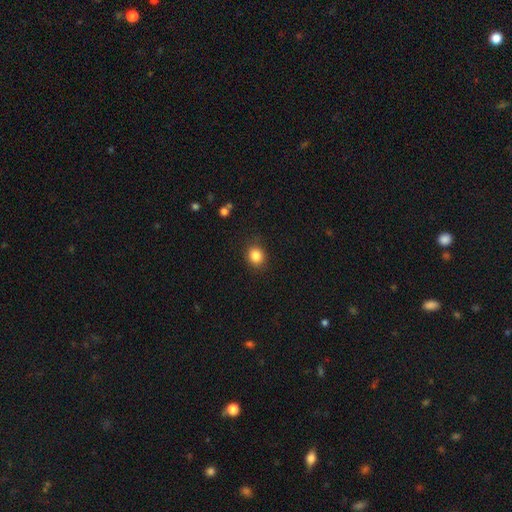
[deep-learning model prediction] Overall: smooth (84%). How rounded: round (73%). Merging: none (86%).